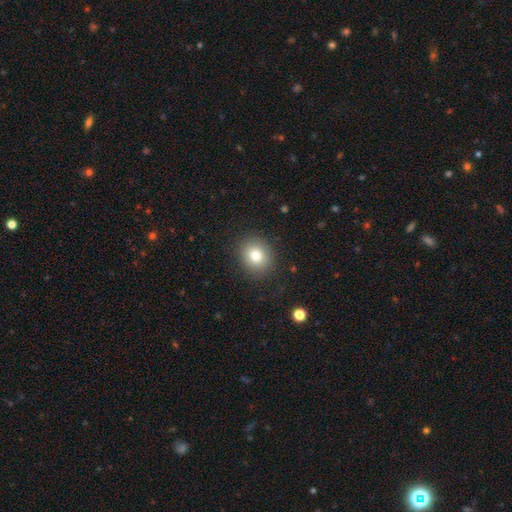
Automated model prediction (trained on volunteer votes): A smooth galaxy with no disk features (78%) that is round (77%). Merging: none (89%).